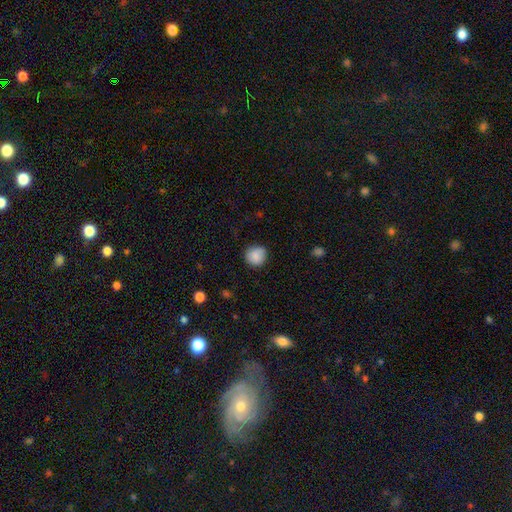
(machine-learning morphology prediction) type=smooth (86%); roundness=round (89%); merging=none (81%).